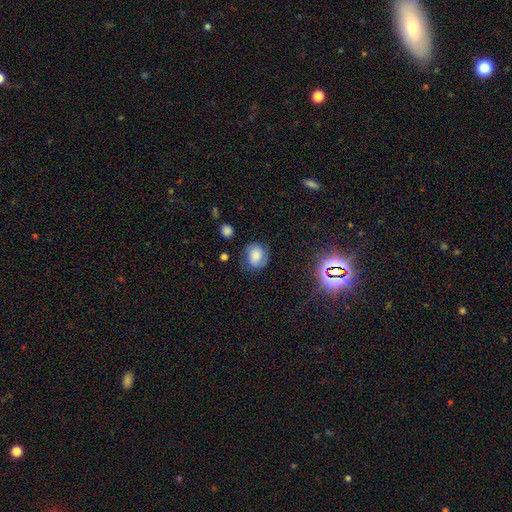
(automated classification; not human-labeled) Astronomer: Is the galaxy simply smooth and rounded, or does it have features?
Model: smooth — 61%.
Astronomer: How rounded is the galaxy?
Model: round — 70%.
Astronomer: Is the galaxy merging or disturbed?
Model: none — 68%.